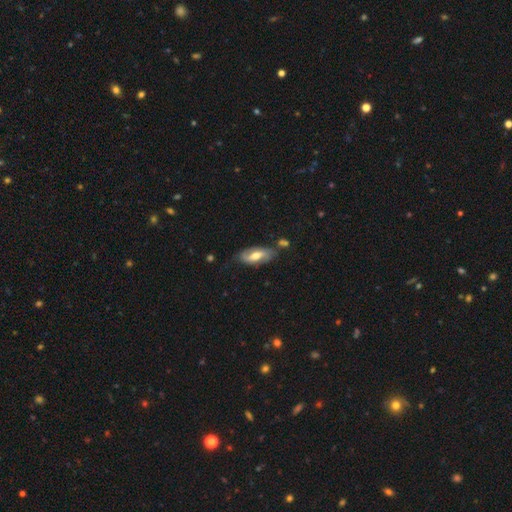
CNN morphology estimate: A featured or disk galaxy (57%).

Vote fractions:
- Smooth or featured? featured or disk: 57% / smooth: 37% / star or artifact: 6%
- Edge-on disk? no: 85% / yes: 15%
- Merging? none: 68% / minor disturbance: 21% / merger: 6% / major disturbance: 6%